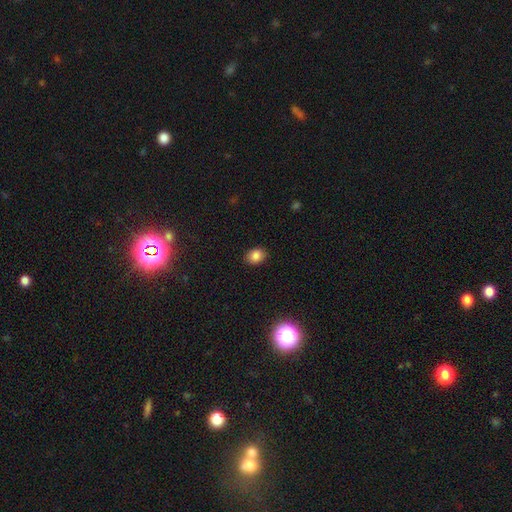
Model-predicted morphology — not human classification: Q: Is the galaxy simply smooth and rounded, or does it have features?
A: smooth — 85%.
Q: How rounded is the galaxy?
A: in between — 58%.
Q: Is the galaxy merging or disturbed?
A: none — 88%.